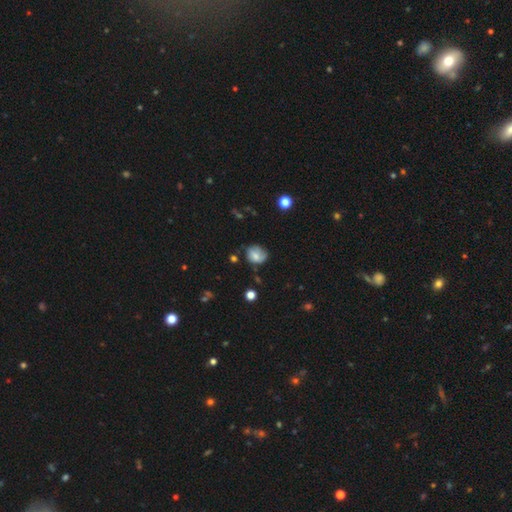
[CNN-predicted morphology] Overall: smooth (66%). How rounded: round (59%; in between 40%). Merging: none (55%; minor disturbance 32%).